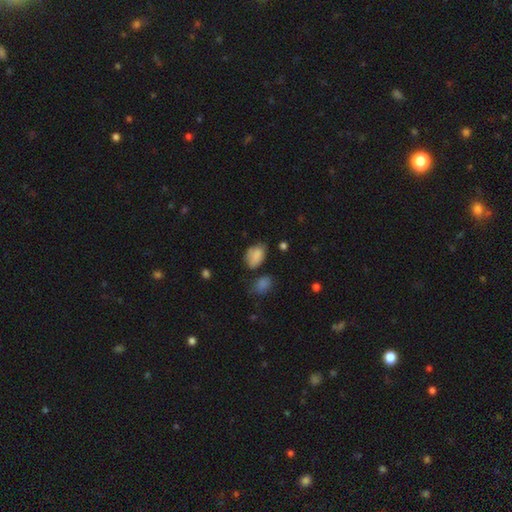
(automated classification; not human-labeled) smooth-or-featured: smooth: 84% | star or artifact: 9% | featured or disk: 7%
  how-rounded: in between: 86% | round: 13% | cigar-shaped: 1%
  merging: none: 55% | minor disturbance: 31% | major disturbance: 8% | merger: 6%